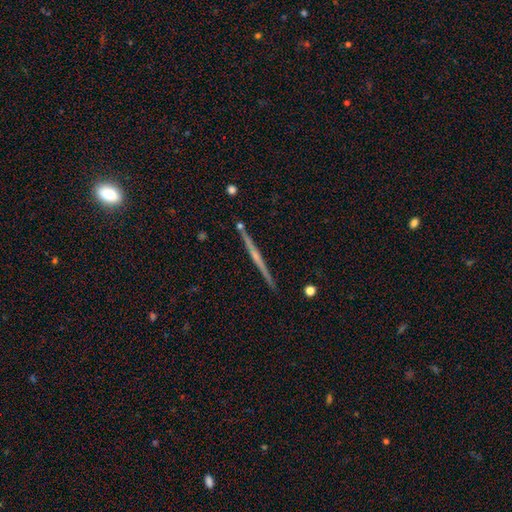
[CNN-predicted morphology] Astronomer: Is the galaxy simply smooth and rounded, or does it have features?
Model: featured or disk — 78%.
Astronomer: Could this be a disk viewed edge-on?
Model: yes — 99%.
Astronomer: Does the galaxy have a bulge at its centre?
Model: rounded — 55% (runner-up: none, 37%).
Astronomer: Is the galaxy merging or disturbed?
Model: none — 92%.